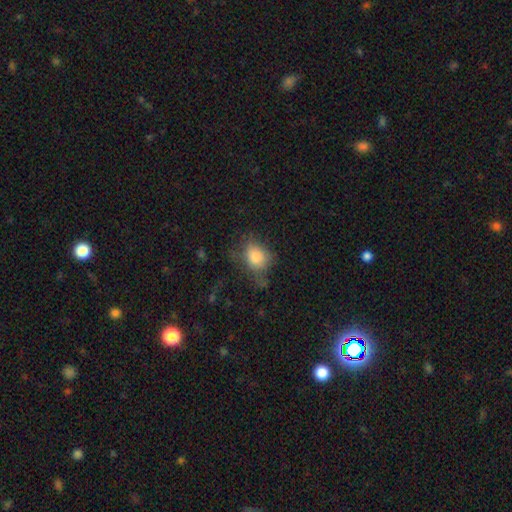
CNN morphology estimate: Overall: smooth (78%). How rounded: in between (54%; round 44%). Merging: none (53%; minor disturbance 28%).